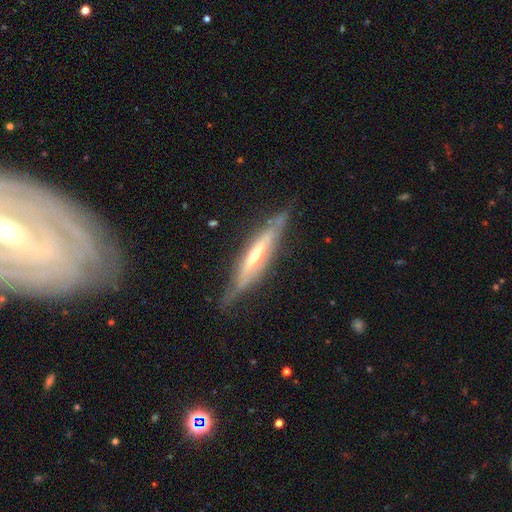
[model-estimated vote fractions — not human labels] The model was most divided on "merging": none: 73%, minor disturbance: 20%, major disturbance: 5%, merger: 2%. More confident: edge-on disk — yes (80%); smooth or featured — featured or disk (75%); edge-on bulge — rounded (73%).